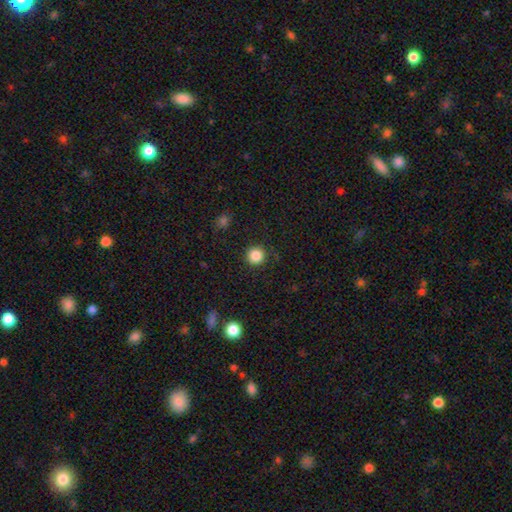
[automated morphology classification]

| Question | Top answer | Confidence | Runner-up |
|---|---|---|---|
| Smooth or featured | smooth | 86% | star or artifact (11%) |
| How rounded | round | 95% | in between (4%) |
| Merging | none | 90% | minor disturbance (6%) |